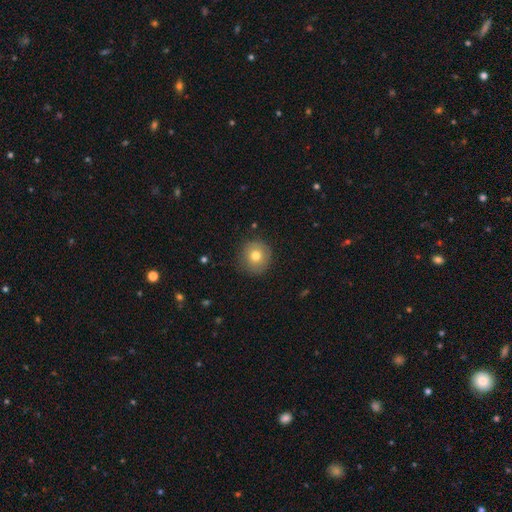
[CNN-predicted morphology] smooth-or-featured: smooth: 75% | featured or disk: 15% | star or artifact: 10%
  how-rounded: round: 92% | in between: 7% | cigar-shaped: 1%
  merging: none: 85% | minor disturbance: 11% | major disturbance: 3% | merger: 1%